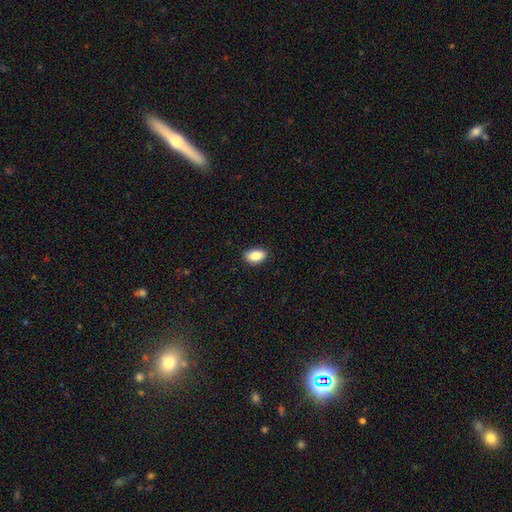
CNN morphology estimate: smooth_or_featured: smooth (p=0.85) [alt: star or artifact p=0.08]
how_rounded: in between (p=0.90) [alt: round p=0.07]
merging: none (p=0.88) [alt: minor disturbance p=0.09]